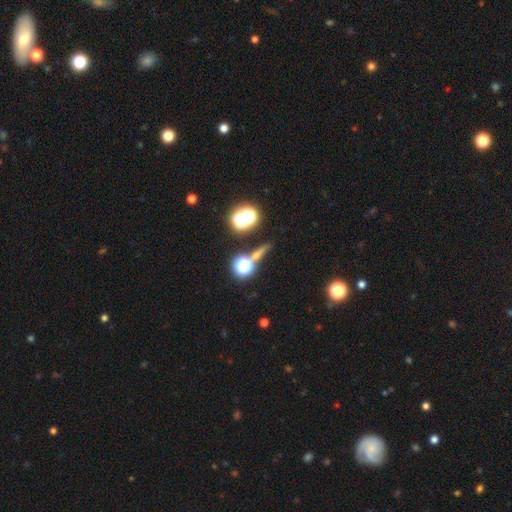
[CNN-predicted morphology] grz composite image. It shows a star or artifact, not a galaxy (43%).